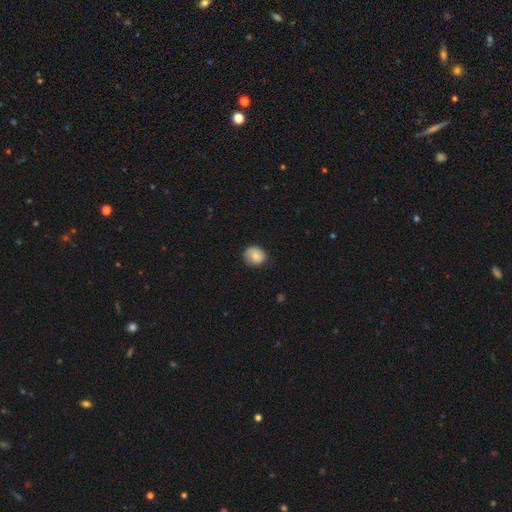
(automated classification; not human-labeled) A smooth galaxy with no disk features (75%) that is round (72%). Merging: none (76%).